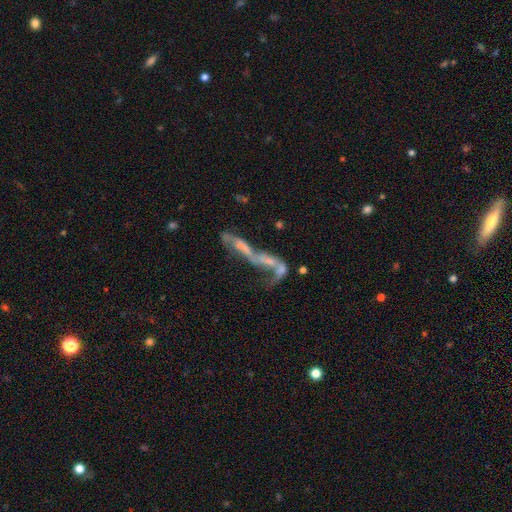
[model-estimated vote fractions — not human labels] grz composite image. It shows a featured or disk galaxy (59%). Merging: merger (34%).